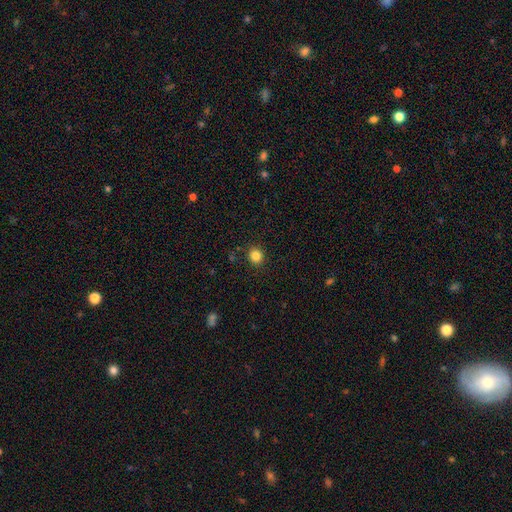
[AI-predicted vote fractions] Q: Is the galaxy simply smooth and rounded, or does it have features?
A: smooth — 84%.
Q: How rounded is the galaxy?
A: round — 87%.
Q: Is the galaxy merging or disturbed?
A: none — 91%.